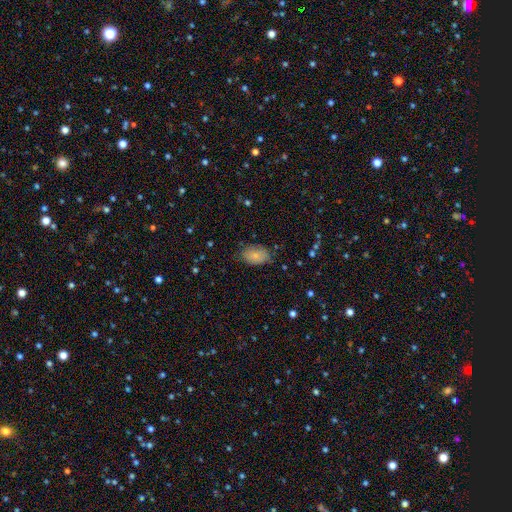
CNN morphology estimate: Smooth or featured: smooth — 81% (featured or disk — 11%)
How rounded: in between — 89% (round — 10%)
Merging: none — 73% (minor disturbance — 21%)